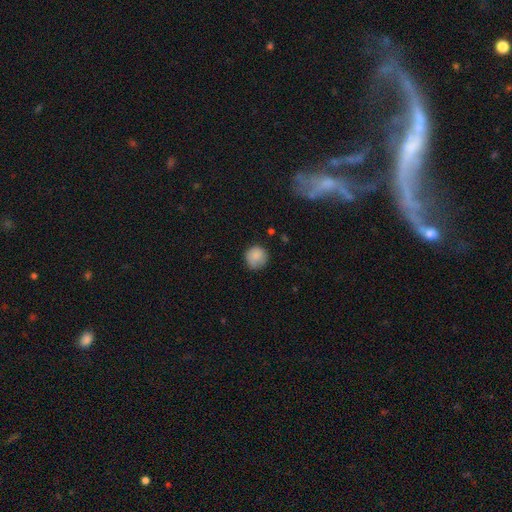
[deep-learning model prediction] This appears to be a smooth galaxy with no disk features (85%) that is round (92%). Merging: none (76%).